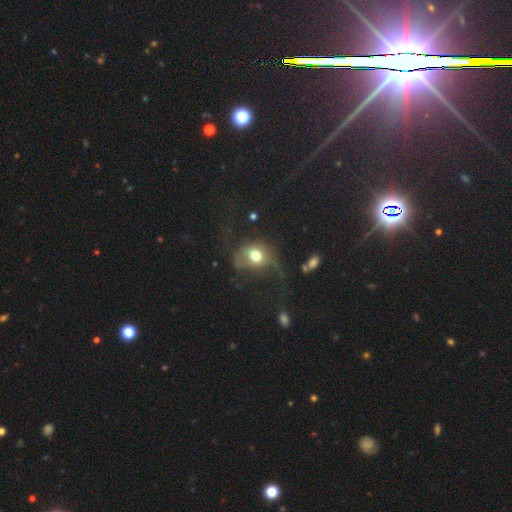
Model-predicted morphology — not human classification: A smooth galaxy with no disk features (64%) that is round (58%). Merging: major disturbance (39%).